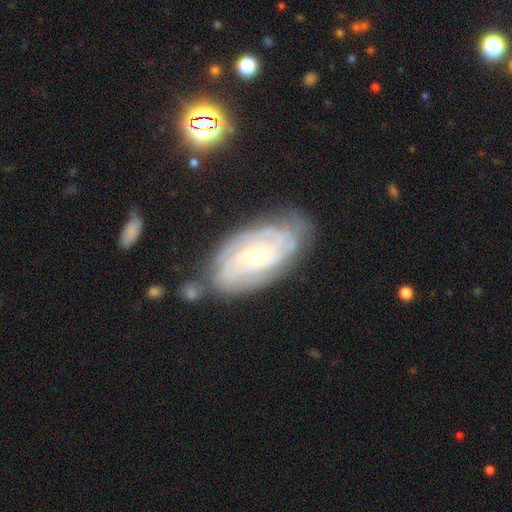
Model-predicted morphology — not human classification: Q: Smooth or featured?
A: featured or disk (81%); runner-up: smooth (12%)
Q: Edge-on disk?
A: no (94%); runner-up: yes (6%)
Q: Bar?
A: no (58%); runner-up: weak (33%)
Q: Spiral arms?
A: yes (93%); runner-up: no (7%)
Q: Spiral winding?
A: tight (73%); runner-up: medium (22%)
Q: Spiral arm count?
A: can't tell (43%); runner-up: 4 (16%)
Q: Bulge size?
A: small (55%); runner-up: moderate (41%)
Q: Merging?
A: none (72%); runner-up: minor disturbance (19%)